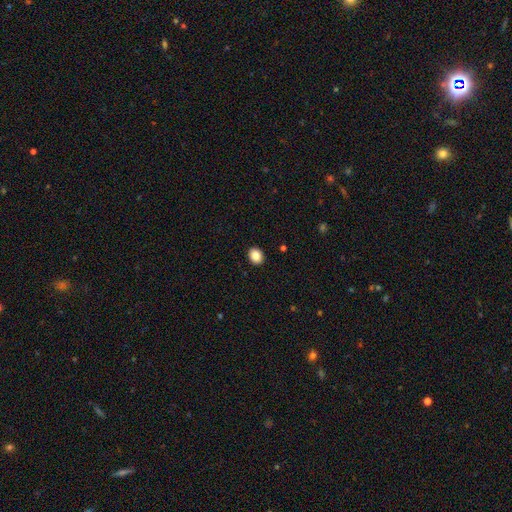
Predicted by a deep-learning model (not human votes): Q: Smooth or featured?
A: smooth (86%); runner-up: star or artifact (9%)
Q: How rounded?
A: round (52%); runner-up: in between (47%)
Q: Merging?
A: none (92%); runner-up: minor disturbance (6%)